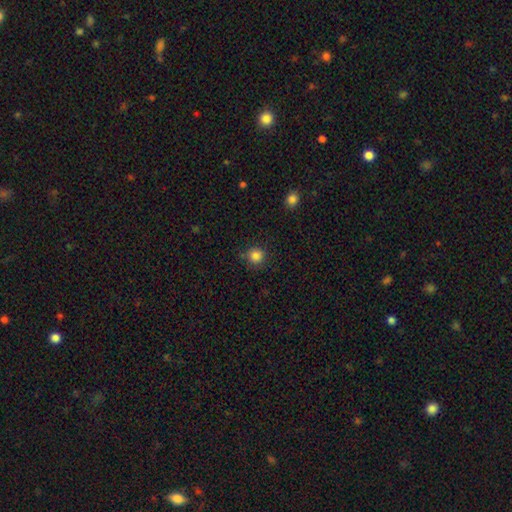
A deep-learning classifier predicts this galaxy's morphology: smooth-or-featured: smooth: 85% | star or artifact: 11% | featured or disk: 4%
  how-rounded: round: 93% | in between: 6% | cigar-shaped: 1%
  merging: none: 85% | minor disturbance: 10% | merger: 3% | major disturbance: 3%